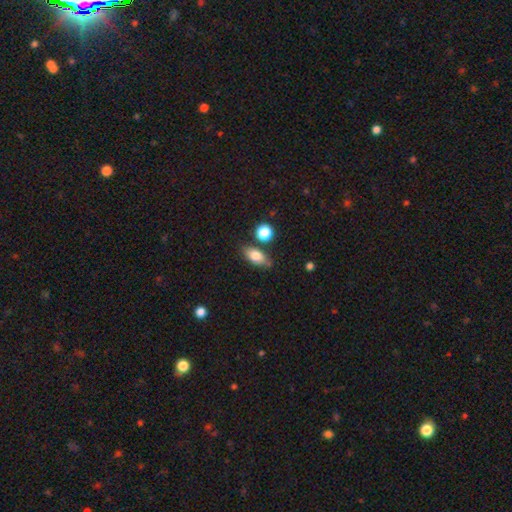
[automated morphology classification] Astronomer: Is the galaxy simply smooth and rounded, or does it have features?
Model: smooth — 76%.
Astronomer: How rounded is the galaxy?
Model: in between — 80%.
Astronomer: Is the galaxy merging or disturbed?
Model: none — 72%.